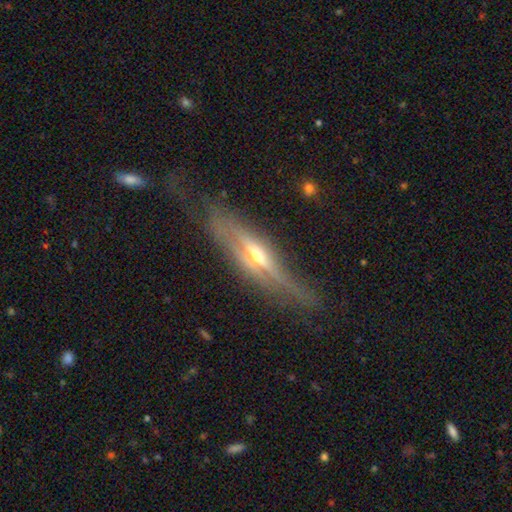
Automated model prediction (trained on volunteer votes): Smooth or featured? featured or disk (78%)
Edge-on disk? yes (92%)
Edge-on bulge? rounded (87%)
Merging? none (75%)